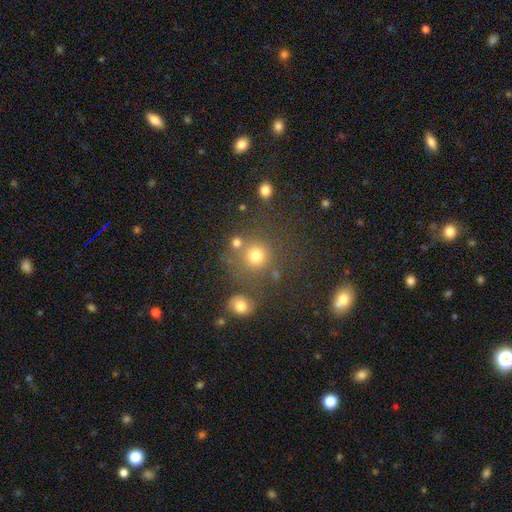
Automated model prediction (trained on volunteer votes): This appears to be a smooth galaxy with no disk features (76%) that is round (90%). Merging: none (70%).